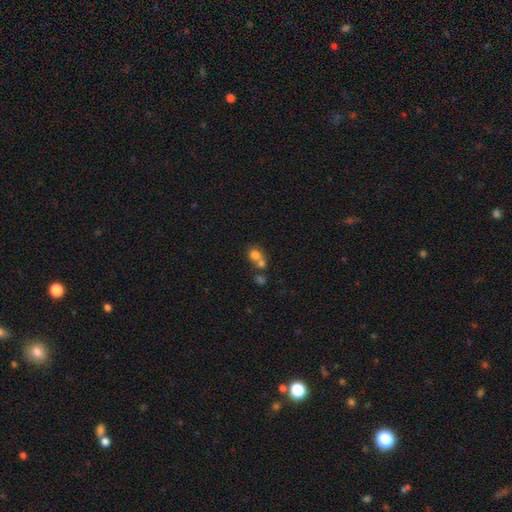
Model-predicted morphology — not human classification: type=smooth (75%); roundness=round (70%); merging=merger (55%).